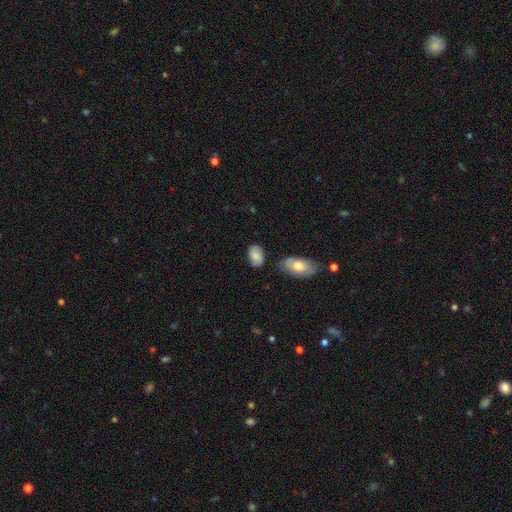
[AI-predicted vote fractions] Morphology: type=smooth (76%); roundness=in between (88%); merging=none (70%).